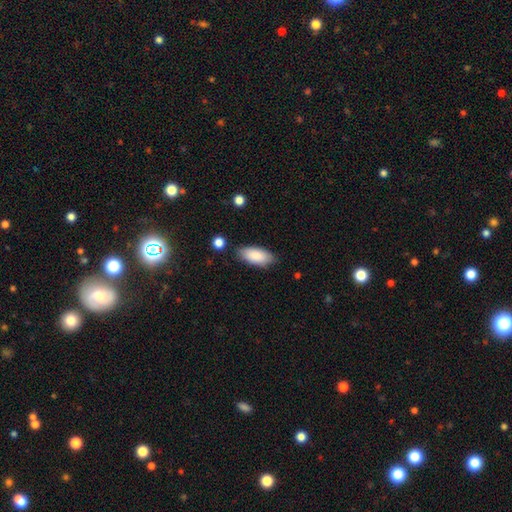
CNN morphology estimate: A smooth galaxy with no disk features (88%) that is in between round and cigar-shaped (88%). Merging: none (82%).